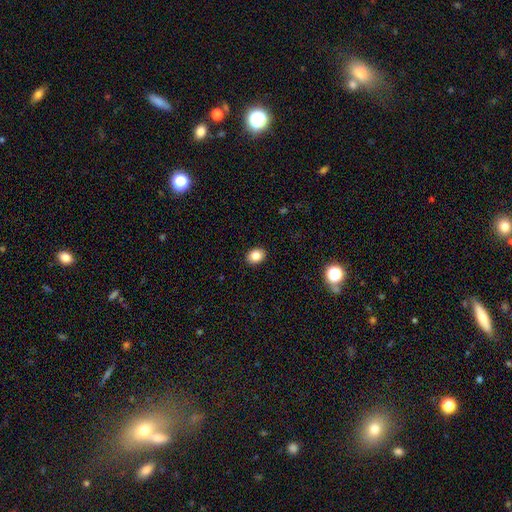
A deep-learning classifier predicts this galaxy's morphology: This appears to be a smooth galaxy with no disk features (85%) that is in between round and cigar-shaped (56%). Merging: none (91%).